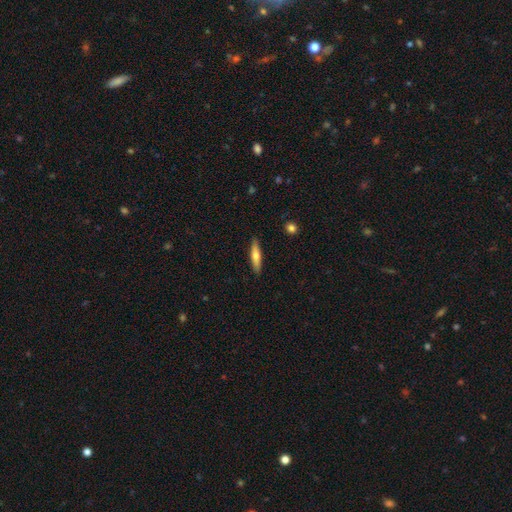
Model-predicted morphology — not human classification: smooth_or_featured: smooth (p=0.62) [alt: featured or disk p=0.32]
how_rounded: cigar-shaped (p=0.82) [alt: in between p=0.17]
merging: none (p=0.89) [alt: minor disturbance p=0.08]